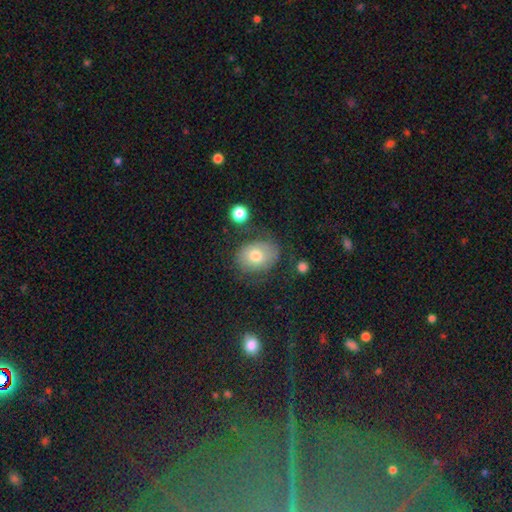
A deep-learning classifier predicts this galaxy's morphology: Overall: smooth (66%). How rounded: in between (50%; round 49%). Merging: none (64%).